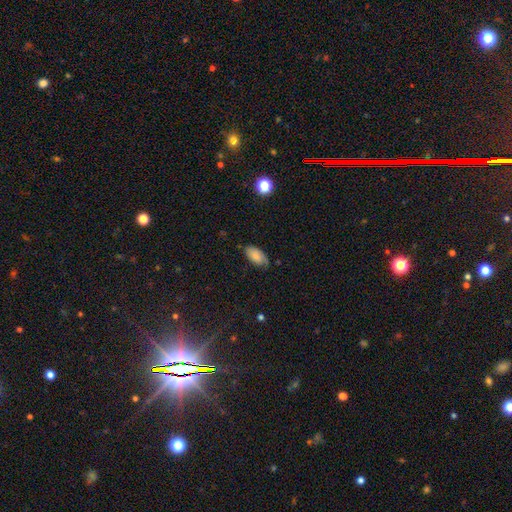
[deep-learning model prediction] The model was most divided on "merging": none: 65%, minor disturbance: 27%, major disturbance: 6%, merger: 2%. More confident: how rounded — in between (93%); smooth or featured — smooth (79%).